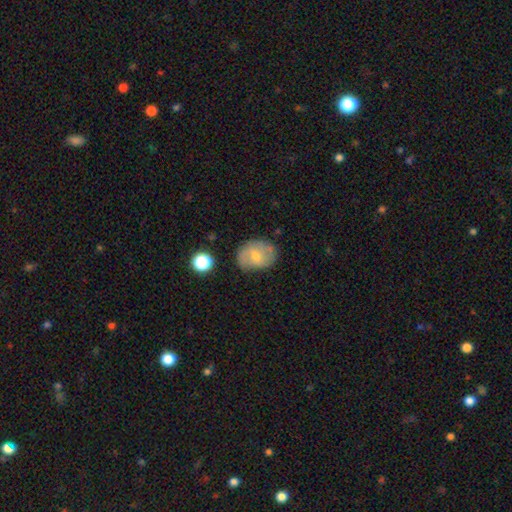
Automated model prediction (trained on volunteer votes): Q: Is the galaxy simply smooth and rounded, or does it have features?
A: smooth — 56%.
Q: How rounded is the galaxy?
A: in between — 57%.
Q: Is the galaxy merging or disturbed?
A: none — 65%.